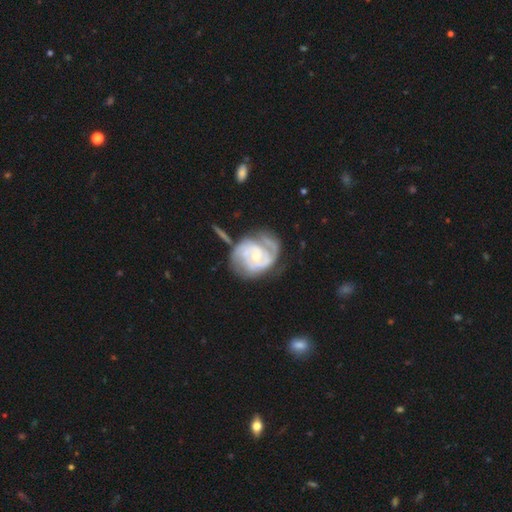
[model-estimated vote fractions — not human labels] Q: Smooth or featured?
A: featured or disk (86%); runner-up: smooth (10%)
Q: Edge-on disk?
A: no (97%); runner-up: yes (3%)
Q: Bar?
A: no (63%); runner-up: weak (30%)
Q: Spiral arms?
A: yes (94%); runner-up: no (6%)
Q: Spiral winding?
A: tight (57%); runner-up: medium (34%)
Q: Spiral arm count?
A: 2 (50%); runner-up: can't tell (21%)
Q: Bulge size?
A: small (55%); runner-up: moderate (40%)
Q: Merging?
A: none (49%); runner-up: minor disturbance (24%)